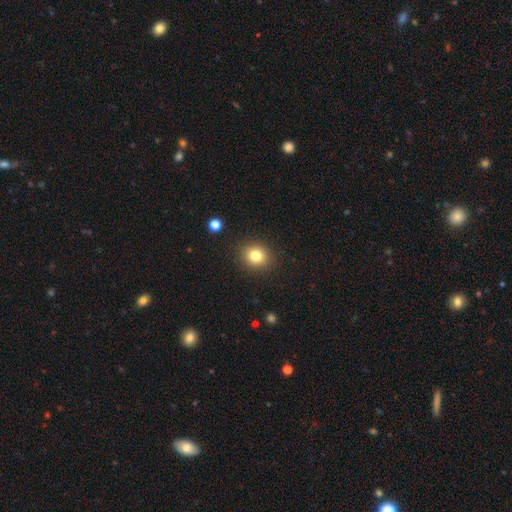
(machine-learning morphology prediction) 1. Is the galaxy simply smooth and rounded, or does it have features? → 81% smooth, 12% star or artifact, 8% featured or disk.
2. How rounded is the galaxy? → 77% round, 22% in between, 1% cigar-shaped.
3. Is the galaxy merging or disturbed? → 89% none, 7% minor disturbance, 2% major disturbance, 1% merger.